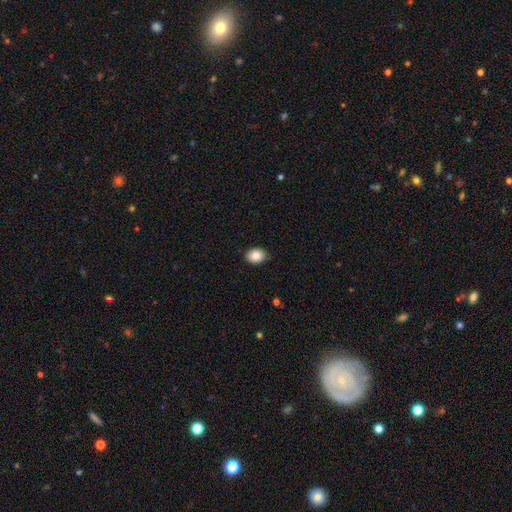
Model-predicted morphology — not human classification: A smooth galaxy with no disk features (86%) that is in between round and cigar-shaped (64%). Merging: none (82%).